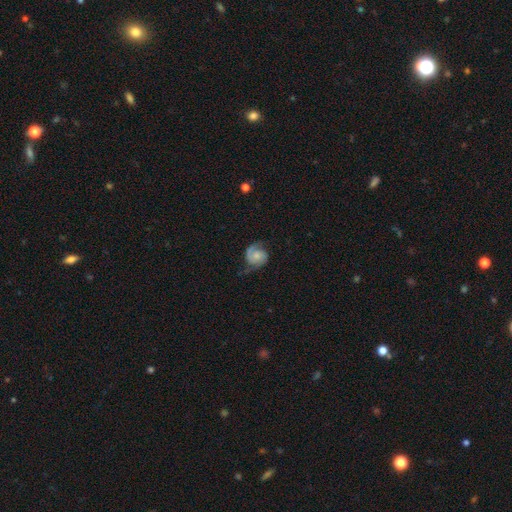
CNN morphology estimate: This appears to be a featured or disk galaxy (76%) with no bar (74%), 2 (83%) medium (44%) spiral arms (95%) and a small central bulge (47%). Merging: none (62%).